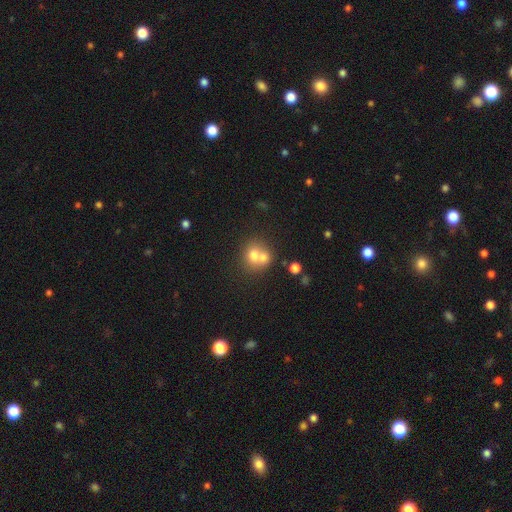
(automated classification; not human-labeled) Overall: smooth (68%). How rounded: round (76%). Merging: merger (60%; none 31%).